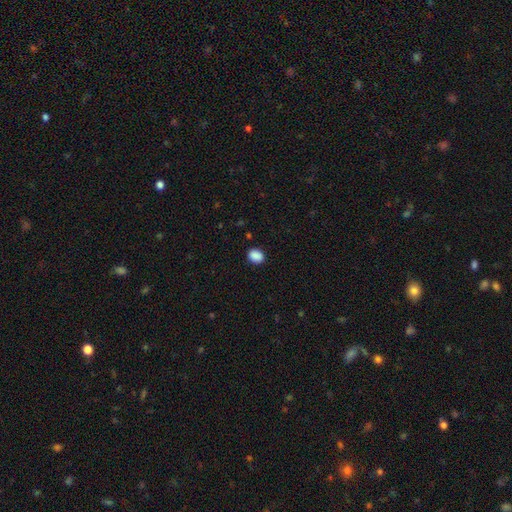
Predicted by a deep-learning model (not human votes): Smooth or featured? smooth (88%)
How rounded? in between (60%)
Merging? none (86%)